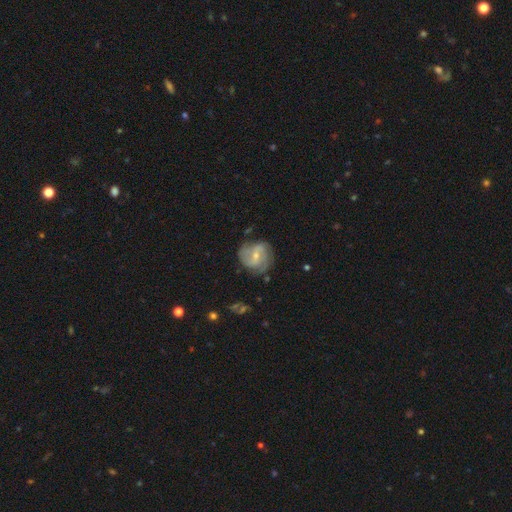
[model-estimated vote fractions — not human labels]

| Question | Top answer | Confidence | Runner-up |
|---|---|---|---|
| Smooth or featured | featured or disk | 78% | smooth (16%) |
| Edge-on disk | no | 97% | yes (3%) |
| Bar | weak | 51% | no (32%) |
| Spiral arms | yes | 93% | no (7%) |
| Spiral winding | medium | 47% | tight (30%) |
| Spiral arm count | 2 | 52% | 3 (20%) |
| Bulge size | small | 57% | moderate (38%) |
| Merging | none | 69% | minor disturbance (21%) |